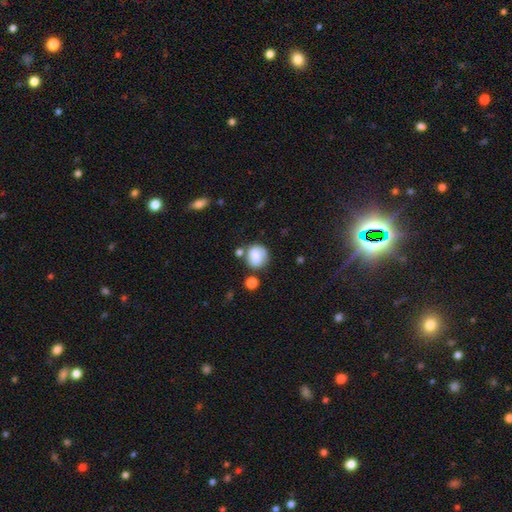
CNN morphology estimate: smooth_or_featured: smooth (p=0.72) [alt: featured or disk p=0.19]
how_rounded: round (p=0.76) [alt: in between p=0.23]
merging: none (p=0.53) [alt: minor disturbance p=0.23]